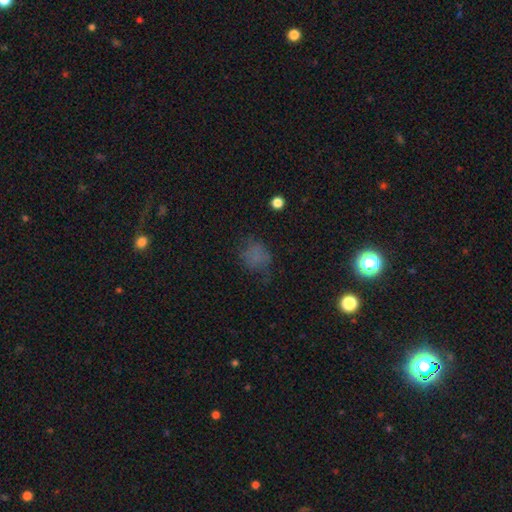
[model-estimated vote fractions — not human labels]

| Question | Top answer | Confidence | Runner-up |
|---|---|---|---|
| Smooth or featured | smooth | 62% | star or artifact (24%) |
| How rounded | round | 60% | in between (38%) |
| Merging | none | 58% | minor disturbance (24%) |